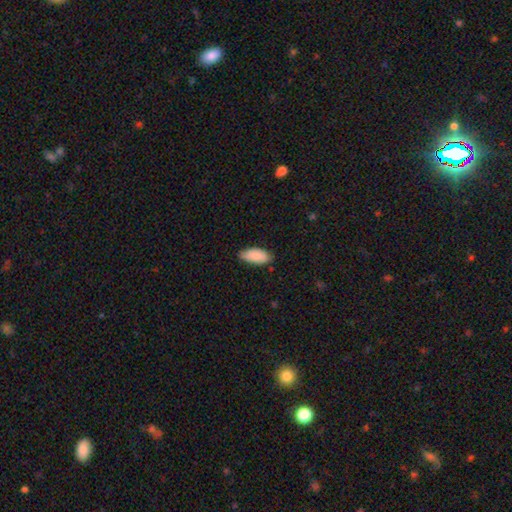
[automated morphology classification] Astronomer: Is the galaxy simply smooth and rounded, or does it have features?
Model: smooth — 89%.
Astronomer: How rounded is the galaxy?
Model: in between — 88%.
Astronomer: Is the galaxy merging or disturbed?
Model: none — 75%.